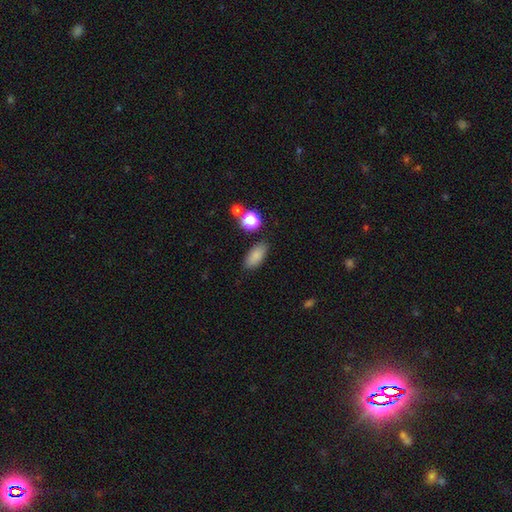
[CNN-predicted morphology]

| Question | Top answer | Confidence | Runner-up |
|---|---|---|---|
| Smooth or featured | smooth | 84% | star or artifact (10%) |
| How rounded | in between | 86% | cigar-shaped (8%) |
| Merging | none | 83% | minor disturbance (11%) |